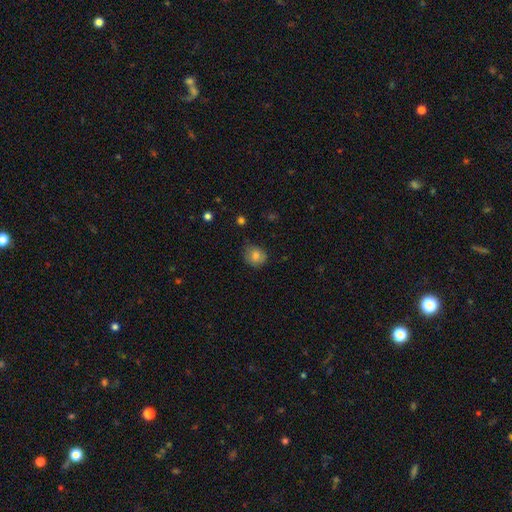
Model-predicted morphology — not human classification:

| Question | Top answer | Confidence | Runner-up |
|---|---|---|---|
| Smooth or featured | smooth | 77% | featured or disk (13%) |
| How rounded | round | 72% | in between (27%) |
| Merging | none | 68% | minor disturbance (26%) |